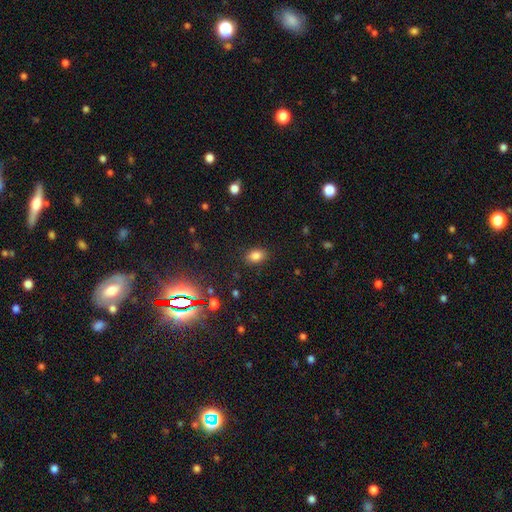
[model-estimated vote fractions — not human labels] Smooth or featured: smooth — 82% (star or artifact — 13%)
How rounded: in between — 81% (round — 18%)
Merging: none — 86% (minor disturbance — 10%)